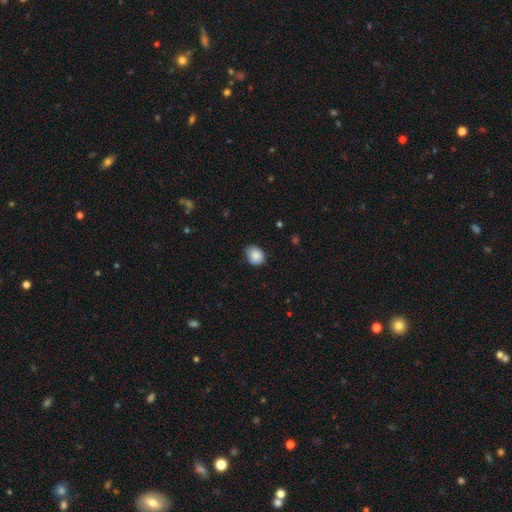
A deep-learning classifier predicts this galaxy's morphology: This is clearly a smooth galaxy (86%). How rounded: possibly round (55%). Merging: likely none (75%).